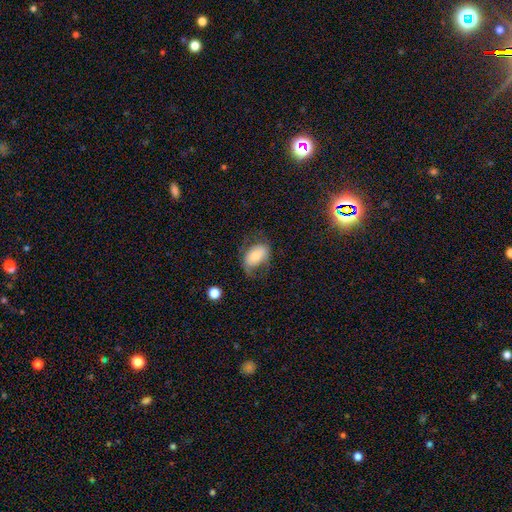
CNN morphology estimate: Q: Smooth or featured?
A: smooth (65%); runner-up: featured or disk (27%)
Q: How rounded?
A: in between (89%); runner-up: round (9%)
Q: Merging?
A: none (52%); runner-up: minor disturbance (26%)